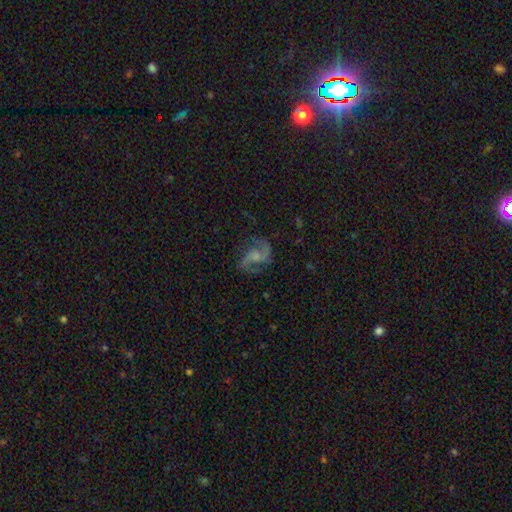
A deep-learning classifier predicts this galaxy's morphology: featured or disk 81%, smooth 11%, star or artifact 9%. Down the decision tree: edge-on disk — no (98%); bar — no (54%); spiral arms — yes (94%); spiral arm count — 2 (85%); spiral winding — loose (48%); bulge size — small (38%); merging — none (66%).